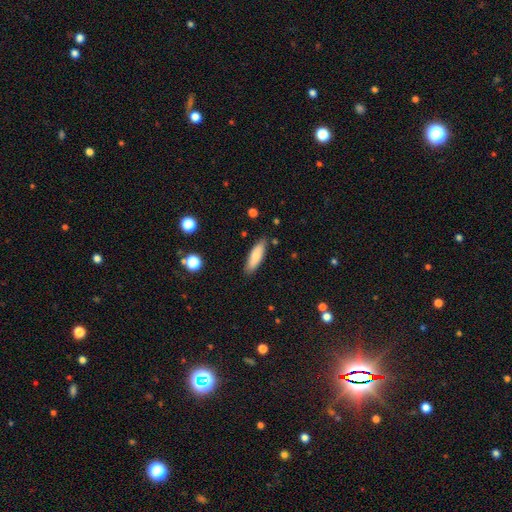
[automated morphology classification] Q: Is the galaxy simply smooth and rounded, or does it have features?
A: smooth — 81%.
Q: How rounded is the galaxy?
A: in between — 51%.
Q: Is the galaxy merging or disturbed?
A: none — 84%.